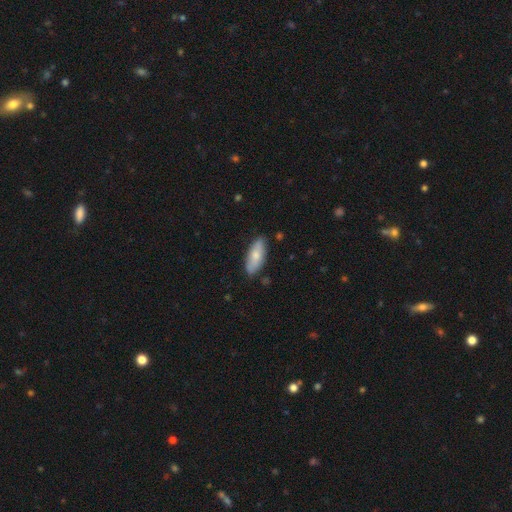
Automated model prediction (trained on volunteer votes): Q: Smooth or featured?
A: smooth (72%); runner-up: featured or disk (22%)
Q: How rounded?
A: in between (78%); runner-up: cigar-shaped (20%)
Q: Merging?
A: none (80%); runner-up: minor disturbance (15%)